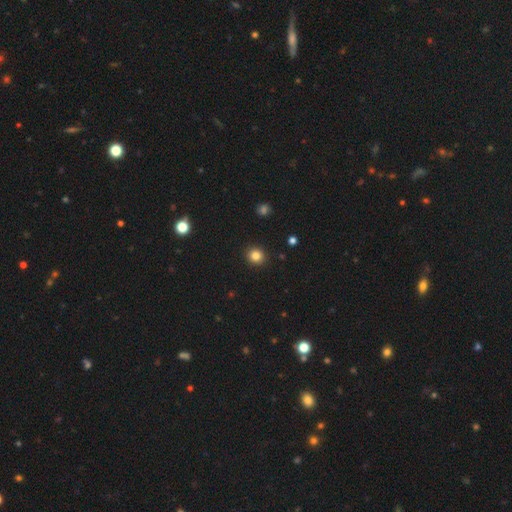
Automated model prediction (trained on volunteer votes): A smooth galaxy with no disk features (83%) that is round (90%). Merging: none (92%).